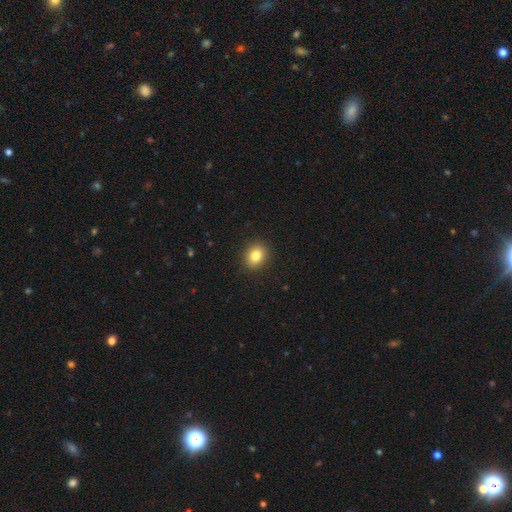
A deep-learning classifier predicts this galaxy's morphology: The model was most divided on "how rounded": round: 57%, in between: 42%, cigar-shaped: 1%. More confident: merging — none (91%); smooth or featured — smooth (83%).